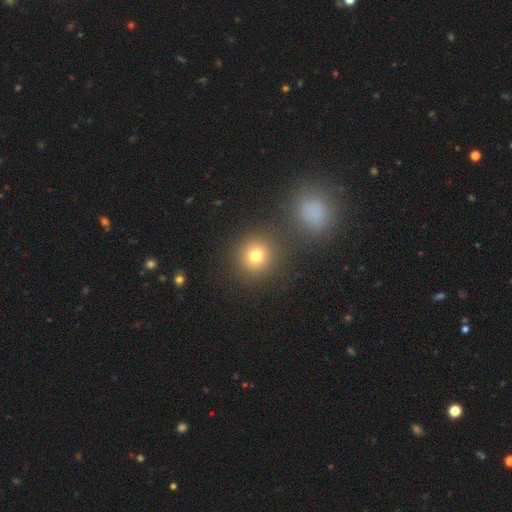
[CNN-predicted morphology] This is likely a smooth galaxy (77%). How rounded: clearly round (89%). Merging: clearly none (81%).